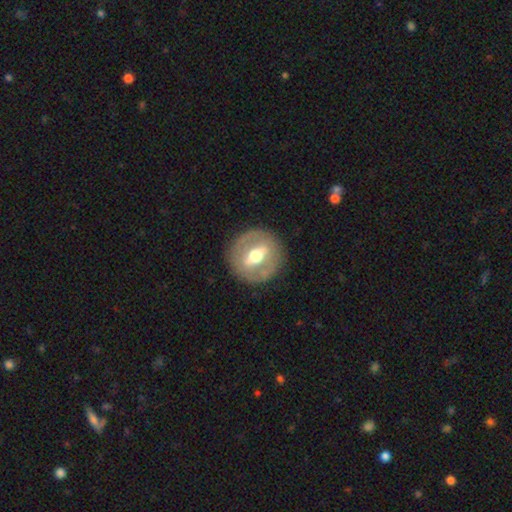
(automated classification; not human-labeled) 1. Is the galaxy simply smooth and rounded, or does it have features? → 70% featured or disk, 24% smooth, 6% star or artifact.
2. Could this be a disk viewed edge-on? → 80% no, 20% yes.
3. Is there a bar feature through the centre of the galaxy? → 64% strong, 26% weak, 10% no.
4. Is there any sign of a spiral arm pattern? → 75% no, 25% yes.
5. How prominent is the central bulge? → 72% moderate, 16% large, 10% small, 1% dominant, 1% none.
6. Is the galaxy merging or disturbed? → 86% none, 9% minor disturbance, 4% major disturbance, 1% merger.